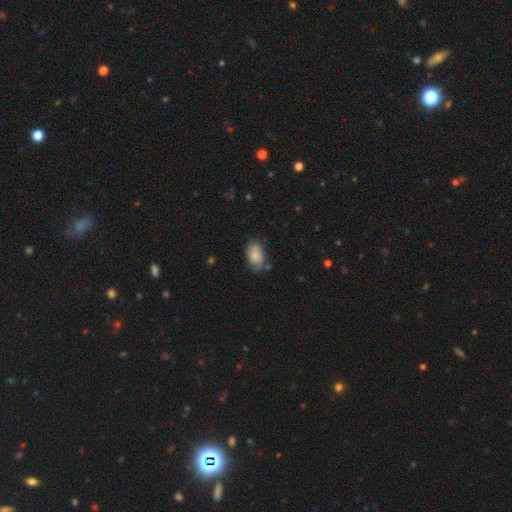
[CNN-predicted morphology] Smooth or featured?
  - smooth: 85% *
  - featured or disk: 8%
  - star or artifact: 7%
How rounded?
  - in between: 91% *
  - round: 7%
  - cigar-shaped: 2%
Merging?
  - none: 66% *
  - minor disturbance: 24%
  - major disturbance: 5%
  - merger: 5%